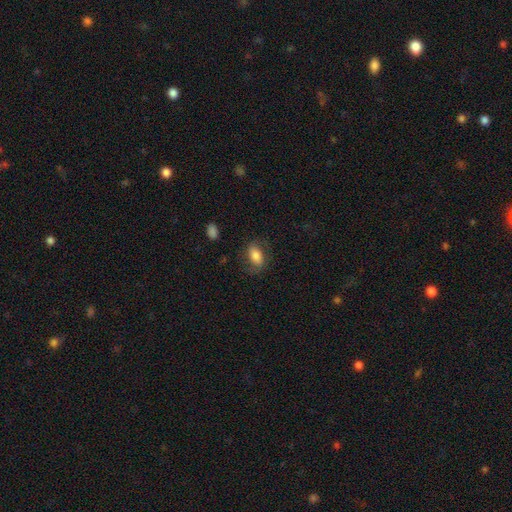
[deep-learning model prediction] Overall: smooth (70%). How rounded: in between (87%). Merging: none (70%).